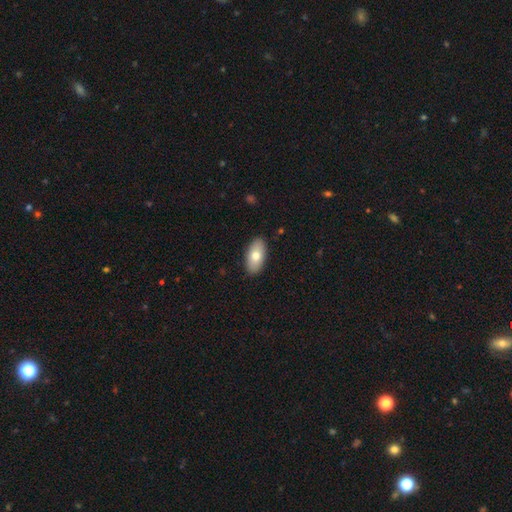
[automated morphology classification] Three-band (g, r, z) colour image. It shows a smooth galaxy with no disk features (76%) that is in between round and cigar-shaped (93%). Merging: none (89%).